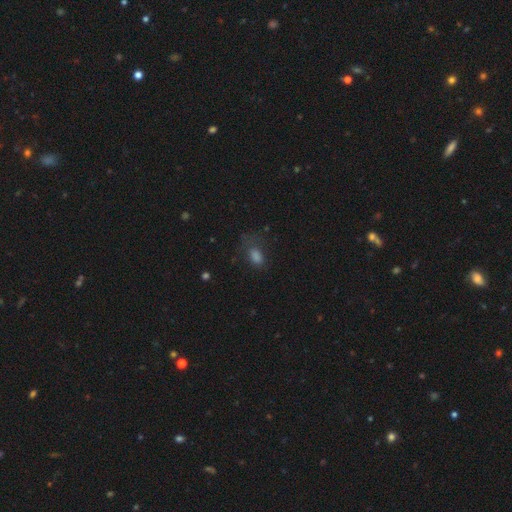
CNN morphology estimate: type=smooth (68%); roundness=in between (79%); merging=none (52%).